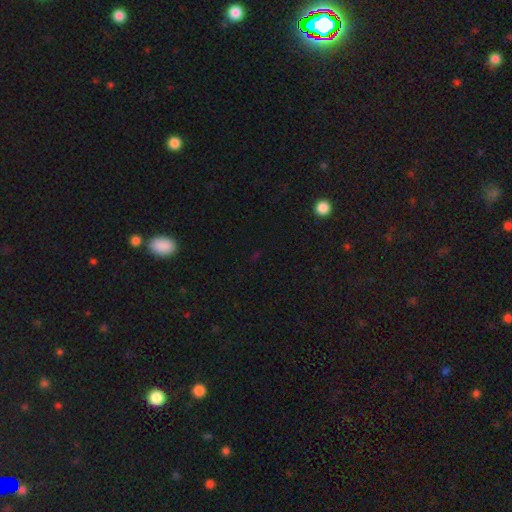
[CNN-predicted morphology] type=star or artifact (67%).